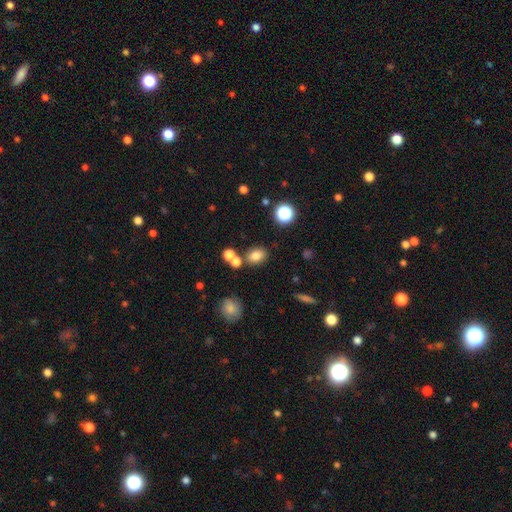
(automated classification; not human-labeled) Smooth or featured?
  - smooth: 78% *
  - star or artifact: 14%
  - featured or disk: 8%
How rounded?
  - in between: 68% *
  - round: 31%
  - cigar-shaped: 1%
Merging?
  - none: 70% *
  - merger: 15%
  - minor disturbance: 12%
  - major disturbance: 4%